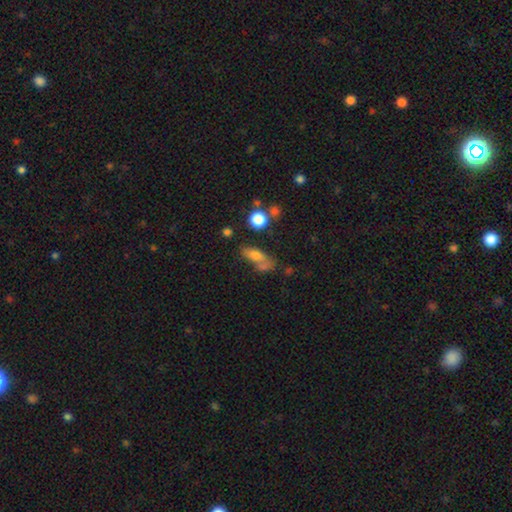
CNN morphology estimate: The model was most divided on "merging": none: 42%, merger: 27%, minor disturbance: 18%, major disturbance: 13%. More confident: smooth or featured — smooth (65%); how rounded — in between (60%).